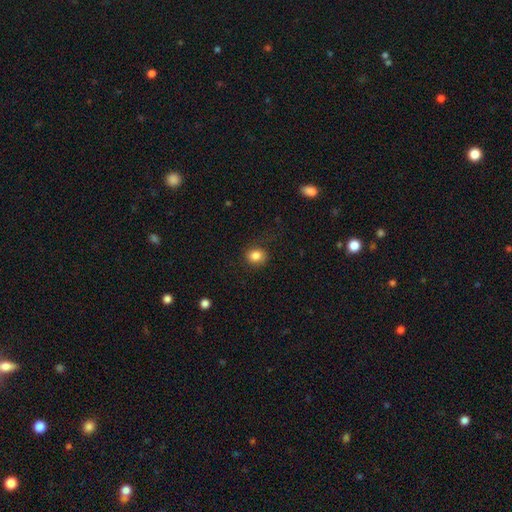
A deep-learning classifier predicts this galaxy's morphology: Smooth or featured?
  - smooth: 84% *
  - star or artifact: 10%
  - featured or disk: 6%
How rounded?
  - round: 69% *
  - in between: 30%
  - cigar-shaped: 1%
Merging?
  - none: 81% *
  - minor disturbance: 13%
  - major disturbance: 5%
  - merger: 1%